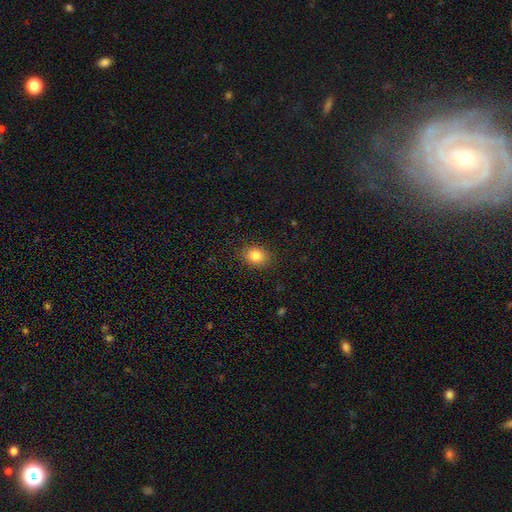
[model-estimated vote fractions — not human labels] Q: Smooth or featured?
A: smooth (83%); runner-up: star or artifact (10%)
Q: How rounded?
A: in between (52%); runner-up: round (47%)
Q: Merging?
A: none (88%); runner-up: minor disturbance (8%)